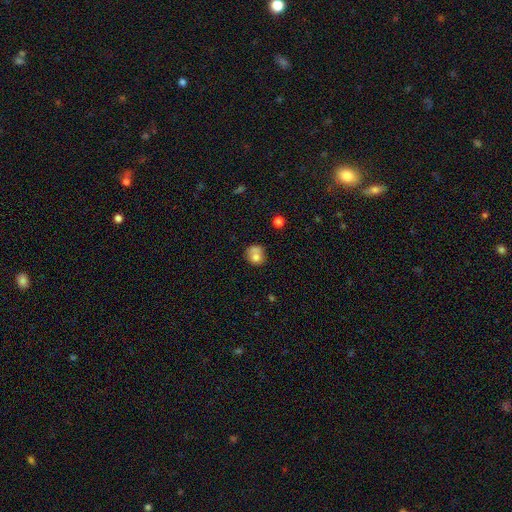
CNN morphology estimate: The model was most divided on "merging": none: 42%, merger: 31%, minor disturbance: 18%, major disturbance: 9%. More confident: how rounded — round (76%); smooth or featured — smooth (72%).